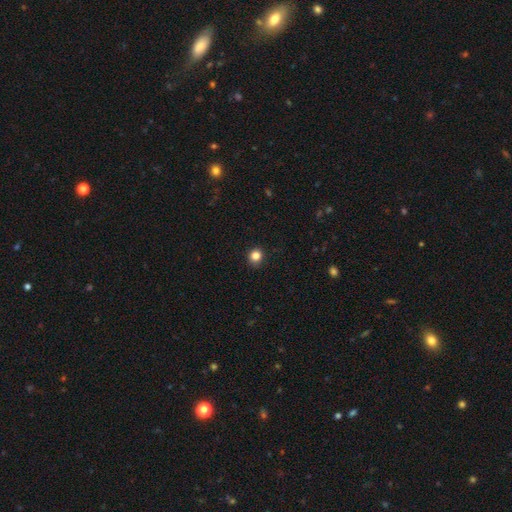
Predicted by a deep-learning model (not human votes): Smooth or featured? smooth (84%)
How rounded? round (84%)
Merging? none (90%)